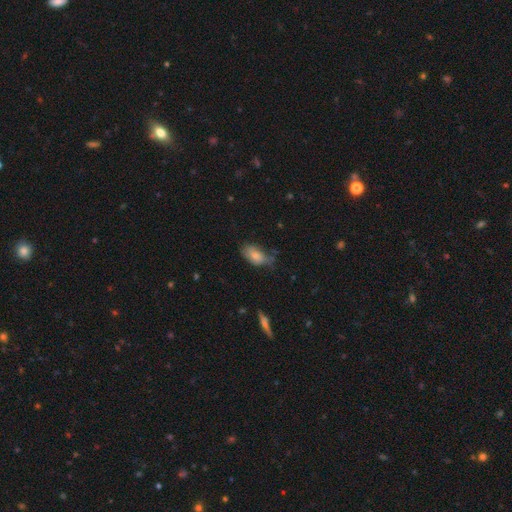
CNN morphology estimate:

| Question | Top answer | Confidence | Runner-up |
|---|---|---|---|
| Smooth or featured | smooth | 74% | featured or disk (18%) |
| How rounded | in between | 91% | round (6%) |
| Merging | none | 49% | minor disturbance (36%) |